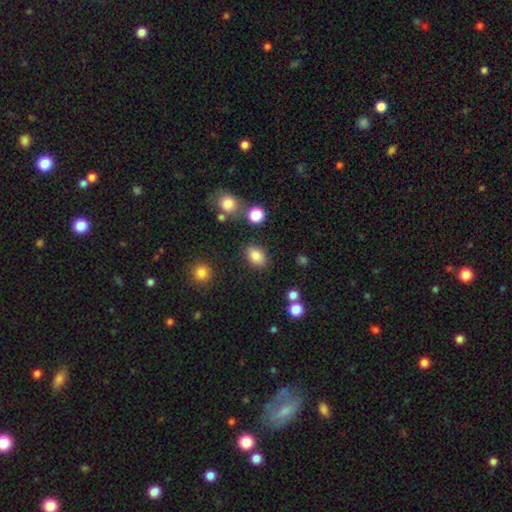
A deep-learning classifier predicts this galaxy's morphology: The model was most divided on "how rounded": in between: 75%, round: 23%, cigar-shaped: 1%. More confident: smooth or featured — smooth (84%); merging — none (84%).